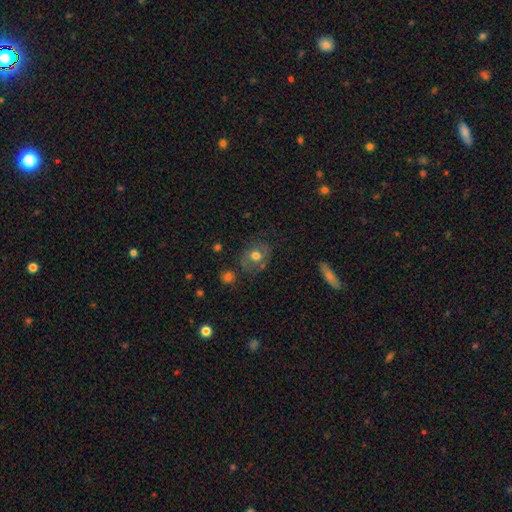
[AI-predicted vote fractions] Overall: smooth (58%; featured or disk 31%). How rounded: round (66%; in between 33%). Merging: none (68%).